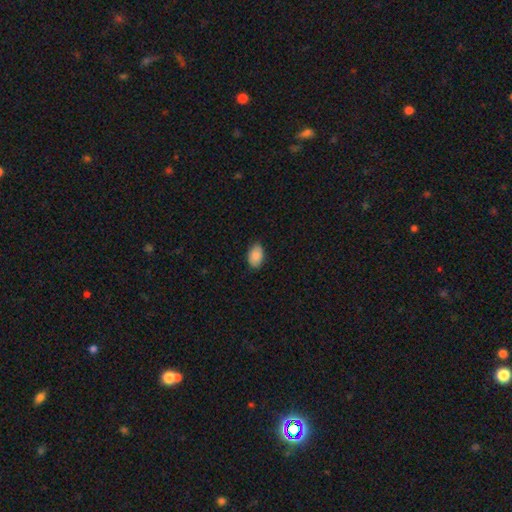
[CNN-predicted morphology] This is clearly a smooth galaxy (89%). How rounded: clearly in between (91%). Merging: clearly none (84%).